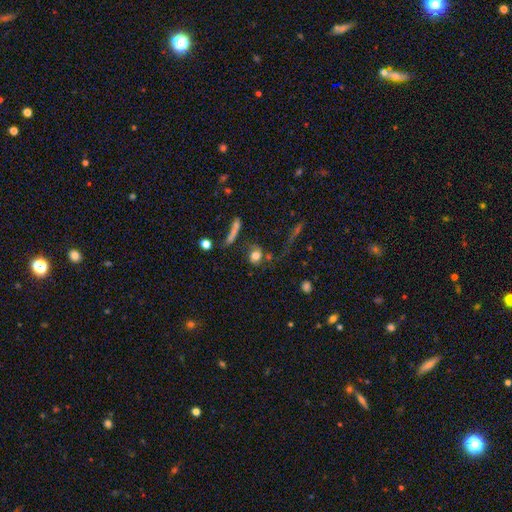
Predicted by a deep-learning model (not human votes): Smooth or featured: smooth — 75% (featured or disk — 14%)
How rounded: round — 65% (in between — 30%)
Merging: none — 58% (minor disturbance — 15%)